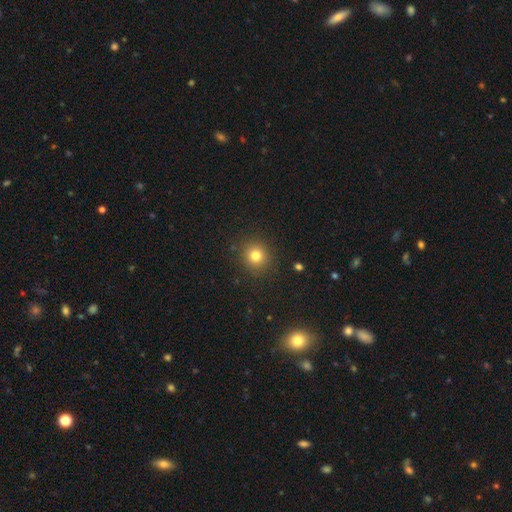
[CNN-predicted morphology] The model was most divided on "smooth or featured": smooth: 79%, star or artifact: 14%, featured or disk: 7%. More confident: how rounded — round (90%); merging — none (90%).